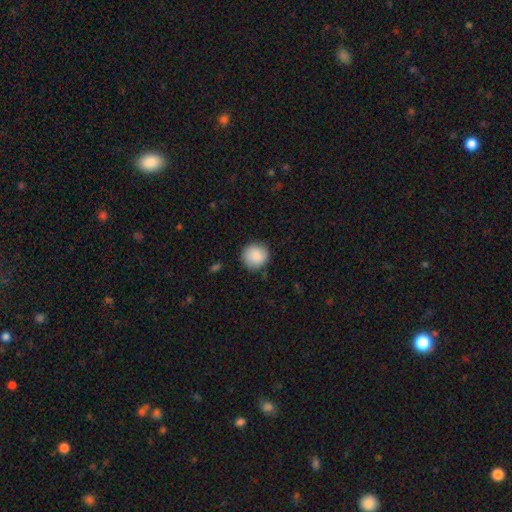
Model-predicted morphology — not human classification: Smooth or featured? smooth (88%)
How rounded? round (94%)
Merging? none (88%)